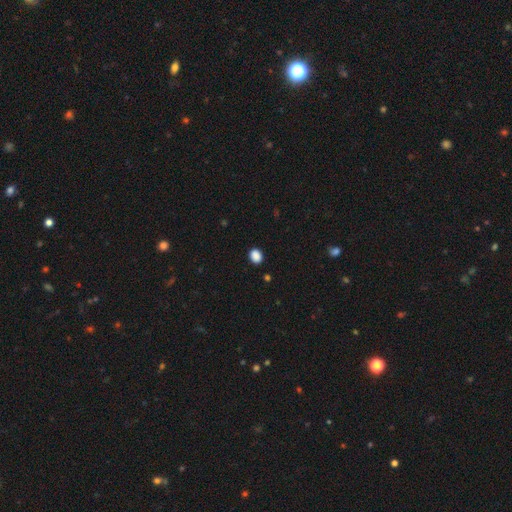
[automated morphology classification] This appears to be a smooth galaxy with no disk features (88%) that is in between round and cigar-shaped (56%). Merging: none (89%).